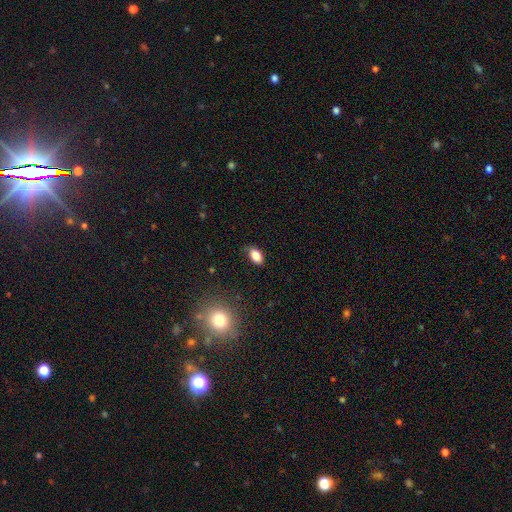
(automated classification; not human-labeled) Smooth or featured? Predicted: smooth (p=0.84). How rounded? Predicted: in between (p=0.91). Merging? Predicted: none (p=0.81).